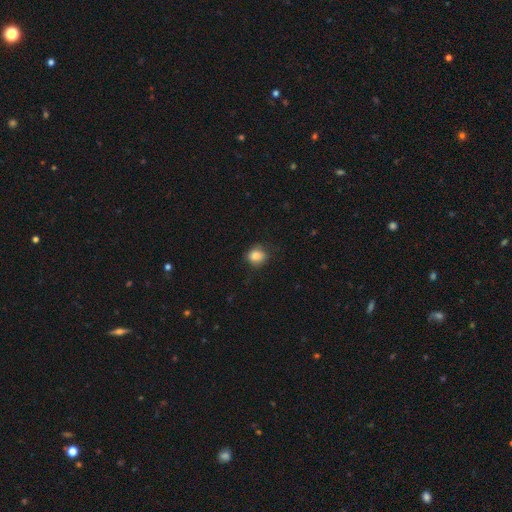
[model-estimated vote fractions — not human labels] Smooth or featured? Predicted: smooth (p=0.84). How rounded? Predicted: round (p=0.74). Merging? Predicted: none (p=0.78).